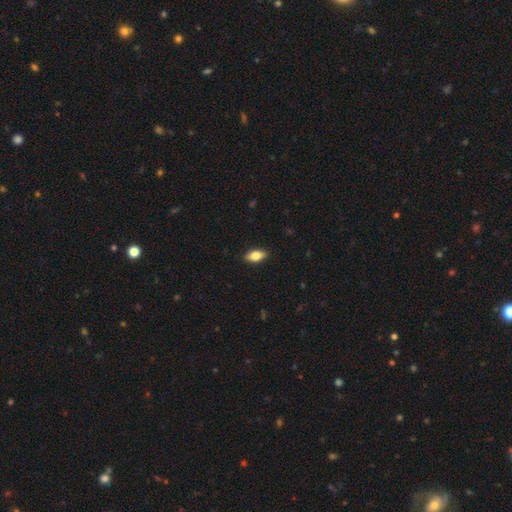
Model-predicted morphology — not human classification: The model was most divided on "smooth or featured": smooth: 72%, featured or disk: 20%, star or artifact: 7%. More confident: merging — none (88%); how rounded — in between (86%).